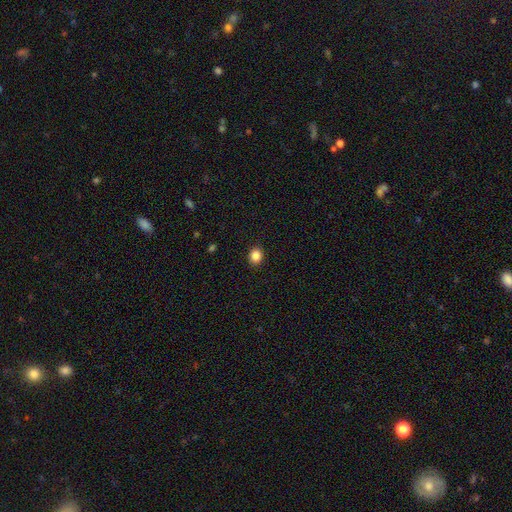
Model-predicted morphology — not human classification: smooth 87%, star or artifact 10%, featured or disk 3%. Down the decision tree: how rounded — round (72%); merging — none (90%).